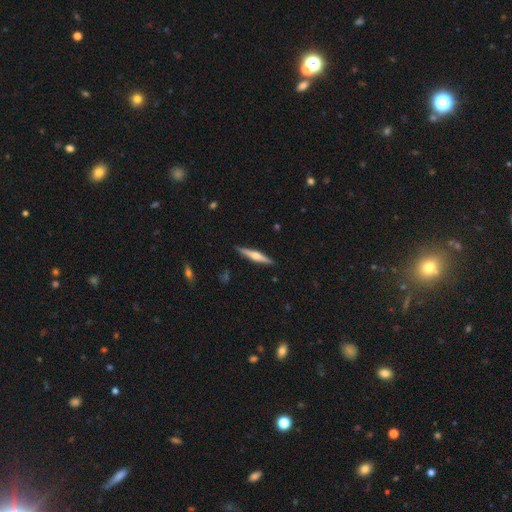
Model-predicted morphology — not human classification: Smooth or featured?
  - featured or disk: 61% *
  - smooth: 34%
  - star or artifact: 5%
Edge-on disk?
  - yes: 97% *
  - no: 3%
Edge-on bulge?
  - rounded: 84% *
  - boxy: 9%
  - none: 7%
Merging?
  - none: 90% *
  - minor disturbance: 7%
  - major disturbance: 2%
  - merger: 1%